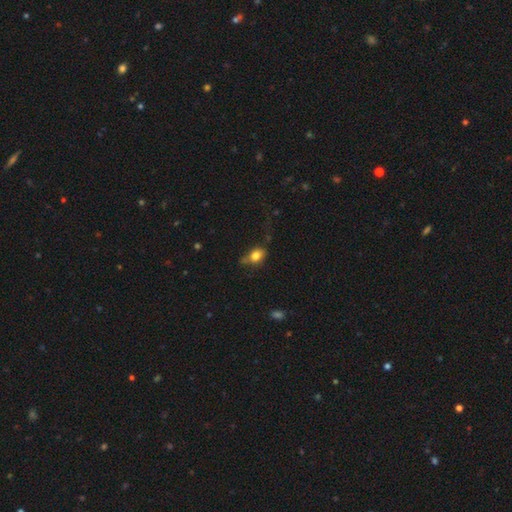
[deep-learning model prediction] Morphology: type=smooth (78%); roundness=in between (66%); merging=none (55%).